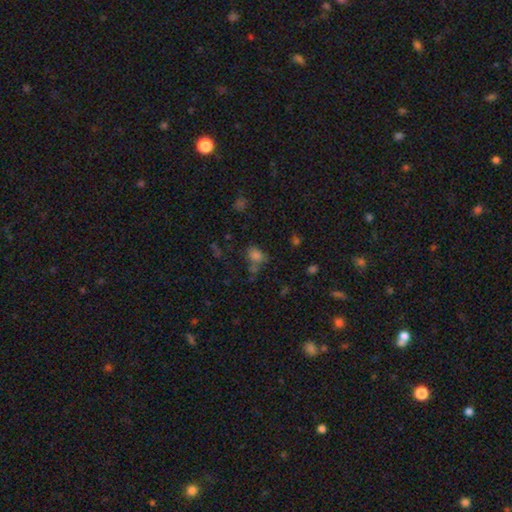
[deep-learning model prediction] Q: Smooth or featured?
A: smooth (72%); runner-up: star or artifact (20%)
Q: How rounded?
A: in between (65%); runner-up: round (33%)
Q: Merging?
A: none (53%); runner-up: merger (20%)